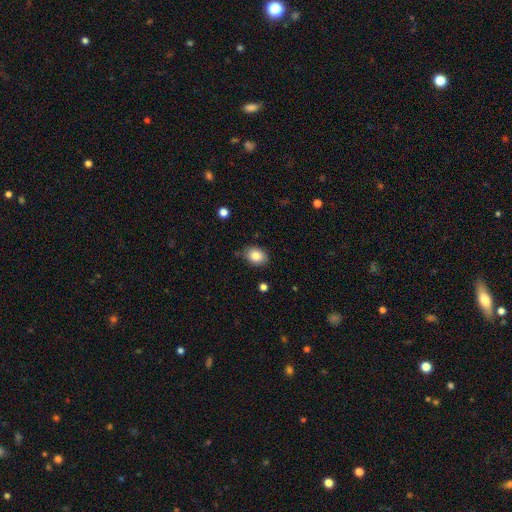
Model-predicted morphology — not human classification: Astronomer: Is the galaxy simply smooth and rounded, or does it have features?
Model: smooth — 85%.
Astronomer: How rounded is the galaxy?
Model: in between — 69%.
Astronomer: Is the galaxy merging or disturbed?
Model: none — 79%.